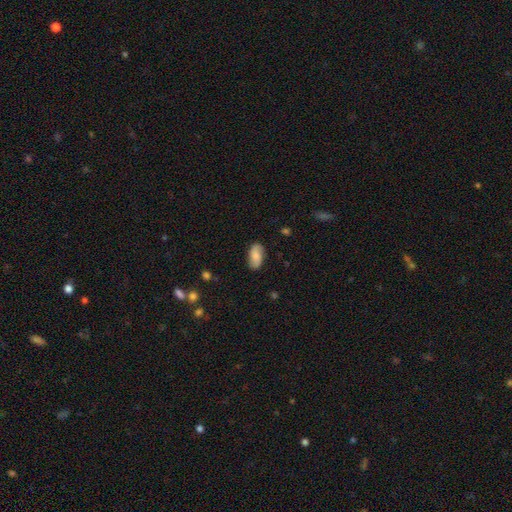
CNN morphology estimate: Q: Smooth or featured?
A: smooth (70%); runner-up: featured or disk (22%)
Q: How rounded?
A: in between (92%); runner-up: cigar-shaped (4%)
Q: Merging?
A: none (82%); runner-up: minor disturbance (14%)